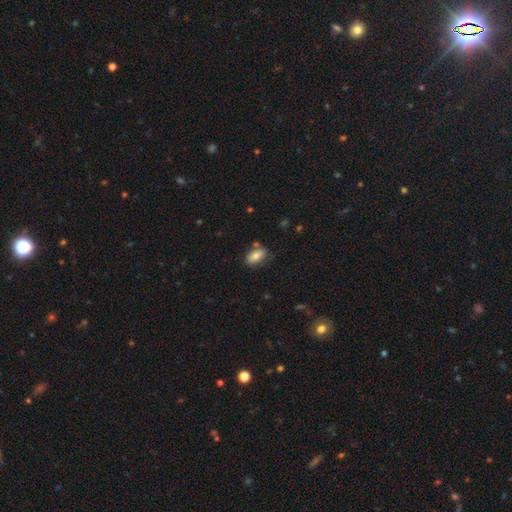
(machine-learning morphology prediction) Smooth or featured?
  - smooth: 72% *
  - featured or disk: 20%
  - star or artifact: 8%
How rounded?
  - in between: 89% *
  - round: 7%
  - cigar-shaped: 4%
Merging?
  - none: 66% *
  - minor disturbance: 20%
  - merger: 9%
  - major disturbance: 6%